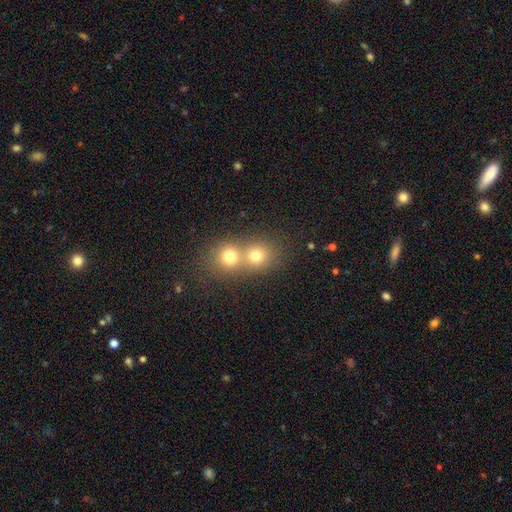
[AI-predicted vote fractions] A smooth galaxy with no disk features (73%) that is round (80%).

Vote fractions:
- Smooth or featured? smooth: 73% / star or artifact: 15% / featured or disk: 12%
- How rounded? round: 80% / in between: 19% / cigar-shaped: 1%
- Merging? merger: 58% / none: 35% / minor disturbance: 5% / major disturbance: 2%